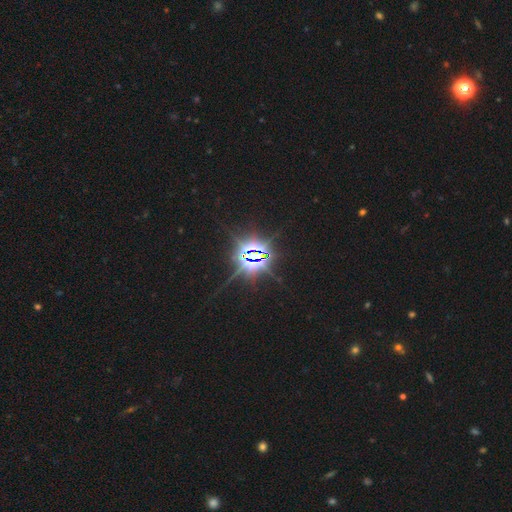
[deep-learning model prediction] The model was most divided on "smooth or featured": star or artifact: 86%, featured or disk: 8%, smooth: 6%.